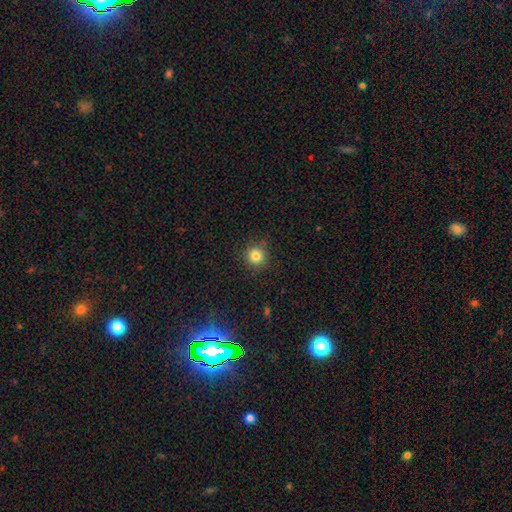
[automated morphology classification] type=smooth (82%); roundness=round (94%); merging=none (88%).